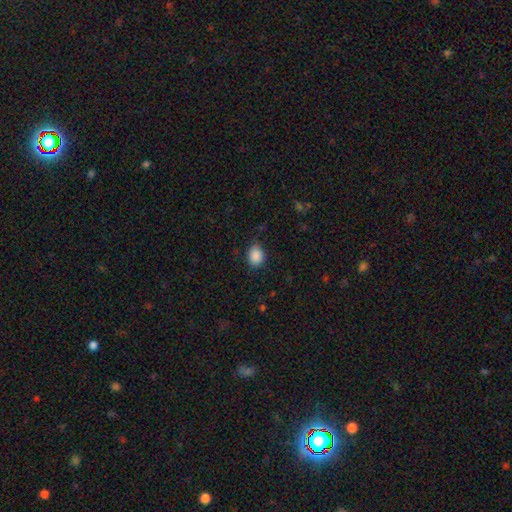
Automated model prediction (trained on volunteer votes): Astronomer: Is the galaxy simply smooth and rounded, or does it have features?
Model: smooth — 89%.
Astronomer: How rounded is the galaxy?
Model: in between — 59% (runner-up: round, 40%).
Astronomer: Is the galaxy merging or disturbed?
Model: none — 81%.